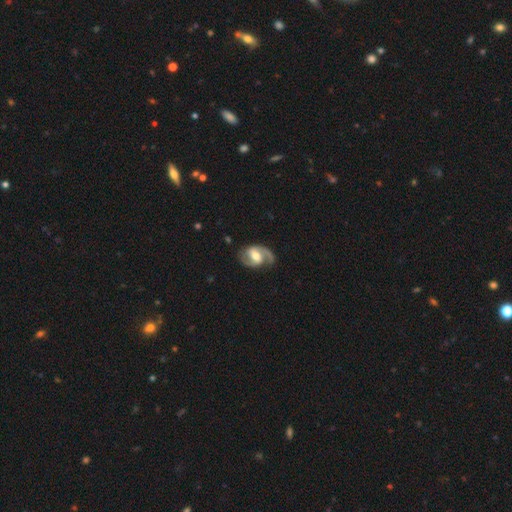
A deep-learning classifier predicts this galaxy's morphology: Q: Smooth or featured?
A: featured or disk (87%); runner-up: smooth (8%)
Q: Edge-on disk?
A: no (97%); runner-up: yes (3%)
Q: Bar?
A: weak (46%); runner-up: strong (29%)
Q: Spiral arms?
A: yes (96%); runner-up: no (4%)
Q: Spiral winding?
A: medium (56%); runner-up: tight (25%)
Q: Spiral arm count?
A: 2 (91%); runner-up: 1 (4%)
Q: Bulge size?
A: moderate (69%); runner-up: small (17%)
Q: Merging?
A: none (79%); runner-up: minor disturbance (14%)